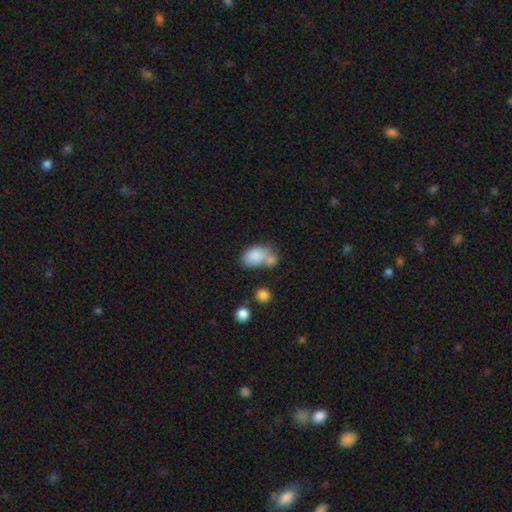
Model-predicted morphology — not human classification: Overall: smooth (82%). How rounded: in between (88%). Merging: merger (39%; none 37%).